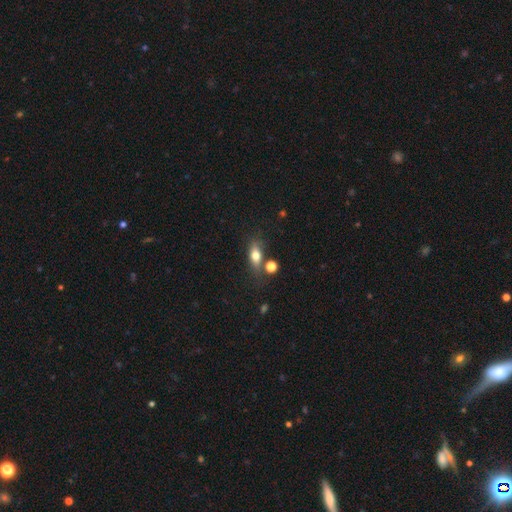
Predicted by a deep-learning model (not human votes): Smooth or featured? smooth (71%)
How rounded? in between (70%)
Merging? none (63%)